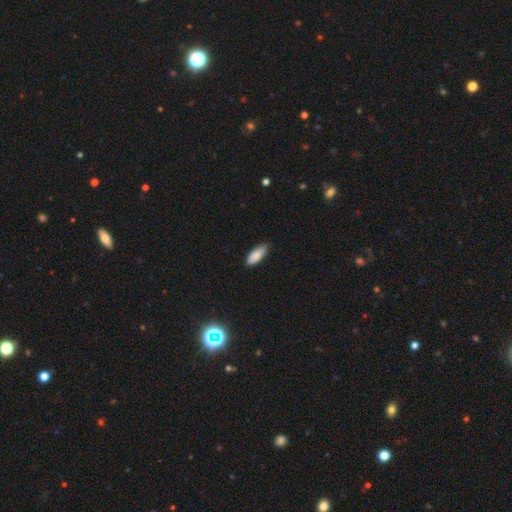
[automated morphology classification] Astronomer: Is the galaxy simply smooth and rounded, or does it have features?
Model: smooth — 86%.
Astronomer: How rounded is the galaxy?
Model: in between — 76%.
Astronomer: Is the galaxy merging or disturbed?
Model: none — 79%.